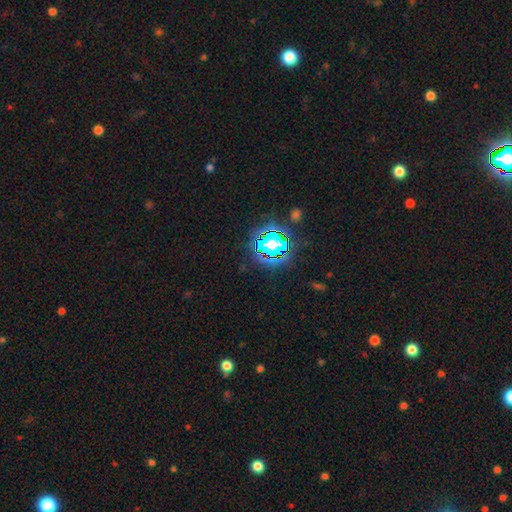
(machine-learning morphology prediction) type=star or artifact (81%).